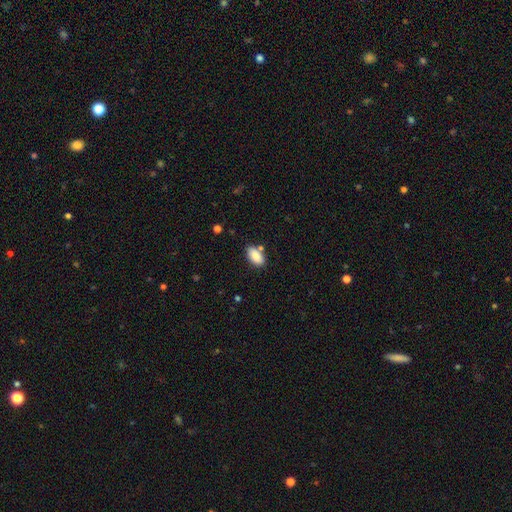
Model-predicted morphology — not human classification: smooth-or-featured: smooth: 88% | star or artifact: 7% | featured or disk: 5%
  how-rounded: in between: 93% | cigar-shaped: 4% | round: 3%
  merging: none: 75% | minor disturbance: 14% | merger: 8% | major disturbance: 3%